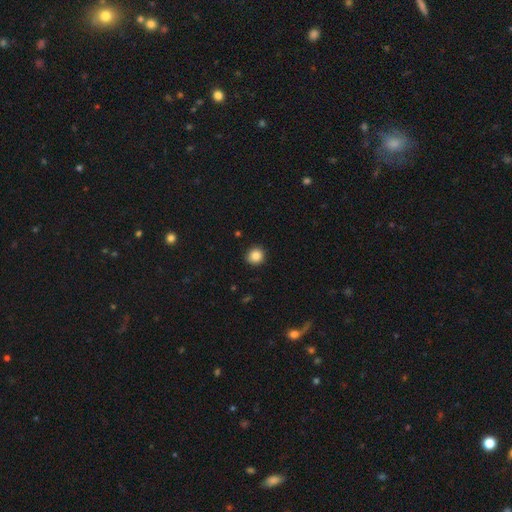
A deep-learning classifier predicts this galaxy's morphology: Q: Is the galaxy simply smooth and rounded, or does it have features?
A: smooth — 85%.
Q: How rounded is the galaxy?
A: round — 91%.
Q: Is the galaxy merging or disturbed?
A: none — 90%.